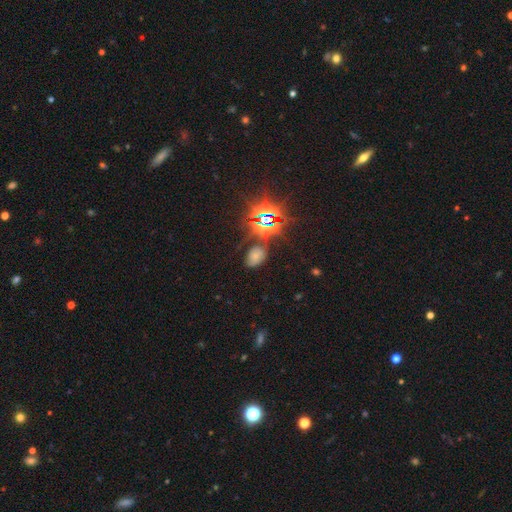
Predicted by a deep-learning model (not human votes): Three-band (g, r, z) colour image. It shows a smooth galaxy with no disk features (46%). Merging: none (69%).